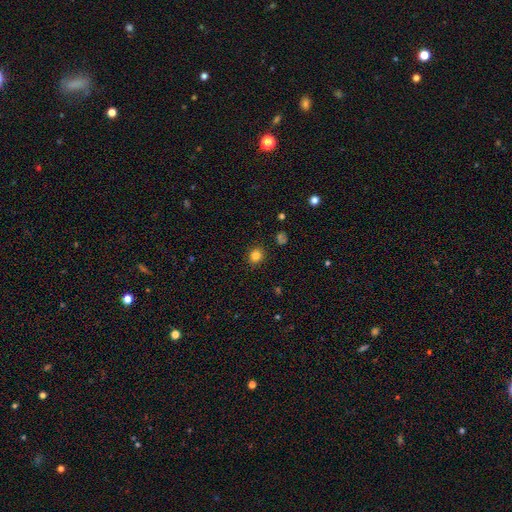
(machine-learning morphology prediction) smooth-or-featured: smooth: 82% | star or artifact: 13% | featured or disk: 6%
  how-rounded: round: 79% | in between: 20% | cigar-shaped: 1%
  merging: none: 89% | minor disturbance: 7% | major disturbance: 2% | merger: 1%